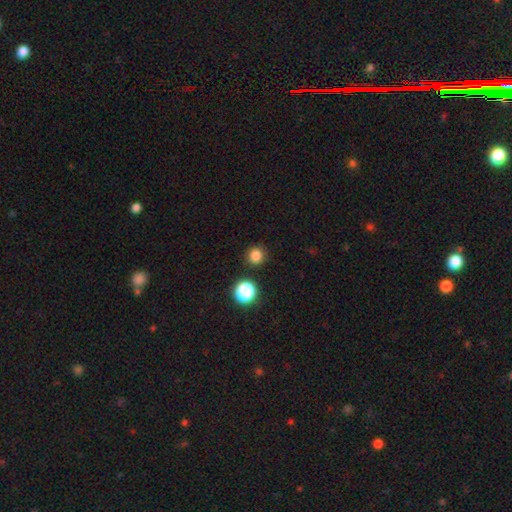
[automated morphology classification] Q: Smooth or featured?
A: smooth (81%); runner-up: star or artifact (15%)
Q: How rounded?
A: round (93%); runner-up: in between (7%)
Q: Merging?
A: none (88%); runner-up: minor disturbance (6%)